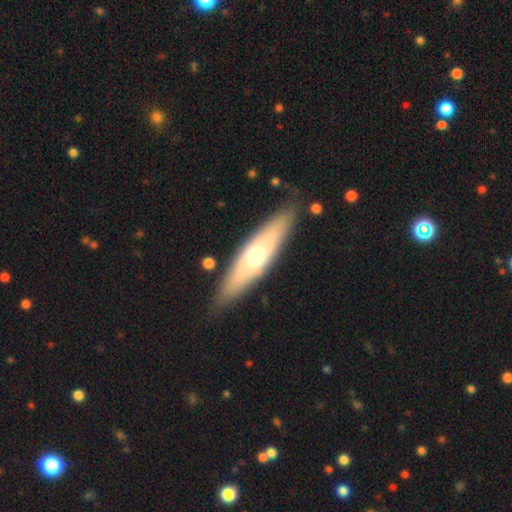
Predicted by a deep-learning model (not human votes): The model was most divided on "smooth or featured": smooth: 49%, featured or disk: 46%, star or artifact: 6%. More confident: merging — none (83%).